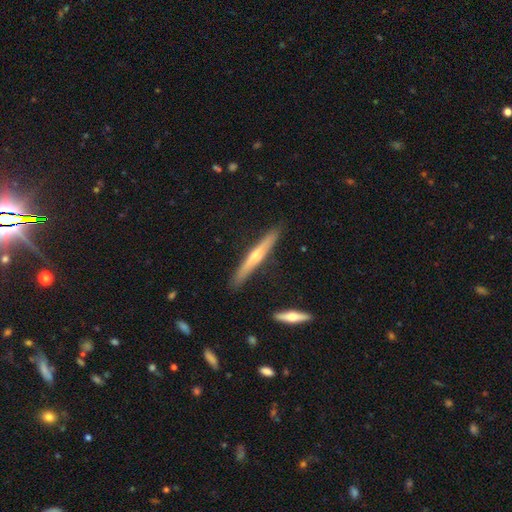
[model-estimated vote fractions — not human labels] Smooth or featured?
  - featured or disk: 61% *
  - smooth: 33%
  - star or artifact: 6%
Edge-on disk?
  - yes: 97% *
  - no: 3%
Edge-on bulge?
  - rounded: 77% *
  - none: 18%
  - boxy: 4%
Merging?
  - none: 88% *
  - minor disturbance: 8%
  - merger: 2%
  - major disturbance: 1%